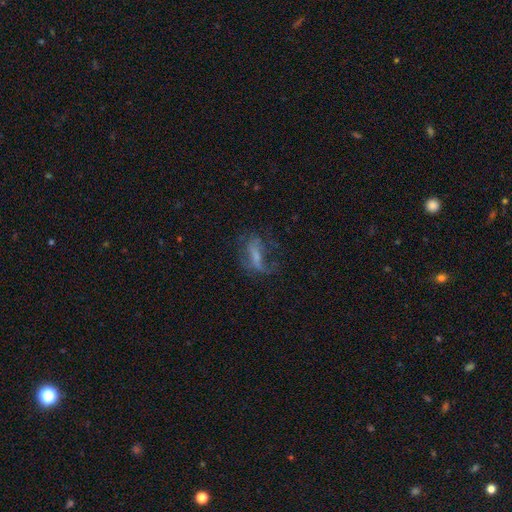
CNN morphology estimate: A featured or disk galaxy (52%).

Vote fractions:
- Smooth or featured? featured or disk: 52% / smooth: 35% / star or artifact: 14%
- Edge-on disk? no: 86% / yes: 14%
- Merging? none: 42% / major disturbance: 35% / minor disturbance: 20% / merger: 3%